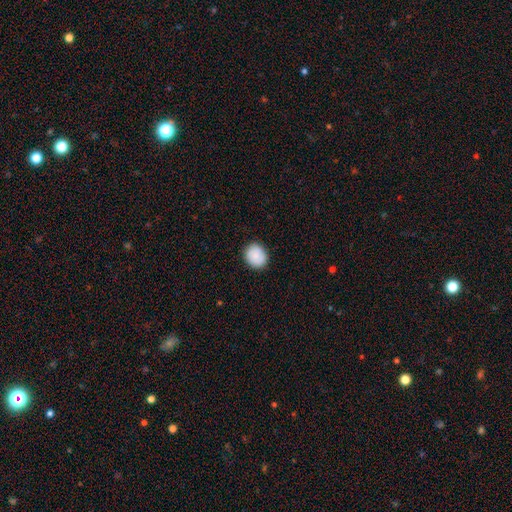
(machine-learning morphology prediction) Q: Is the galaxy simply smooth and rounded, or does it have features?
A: smooth — 89%.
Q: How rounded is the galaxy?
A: round — 71%.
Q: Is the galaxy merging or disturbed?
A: none — 89%.